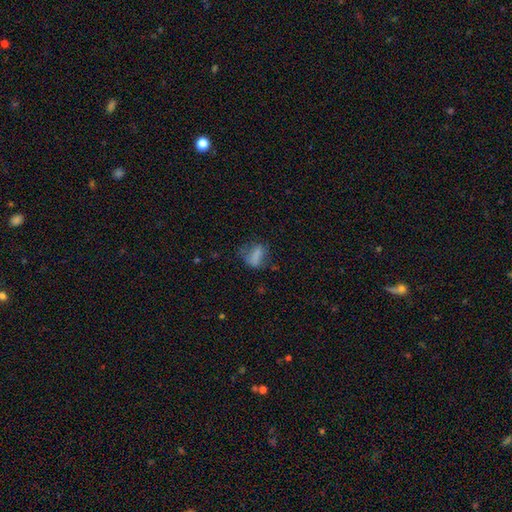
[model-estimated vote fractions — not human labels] A smooth galaxy with no disk features (69%) that is in between round and cigar-shaped (69%). Merging: none (48%).